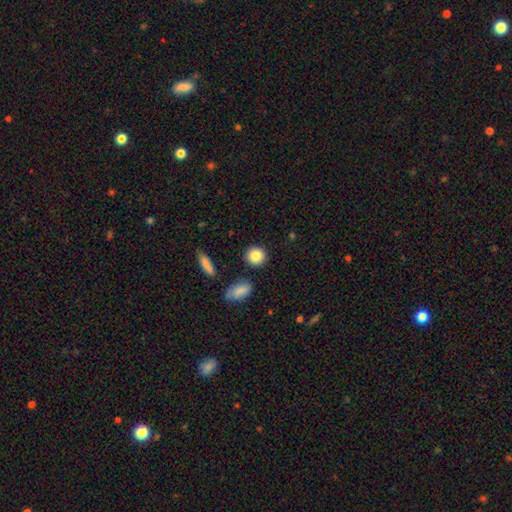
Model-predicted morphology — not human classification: Smooth or featured? Predicted: smooth (p=0.86). How rounded? Predicted: round (p=0.86). Merging? Predicted: none (p=0.88).